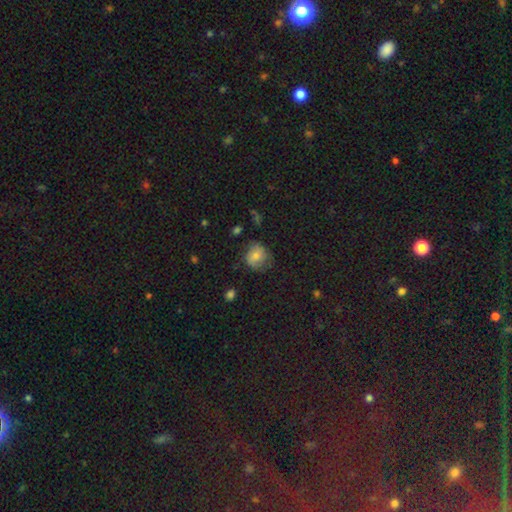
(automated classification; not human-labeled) Q: Smooth or featured?
A: smooth (72%); runner-up: featured or disk (18%)
Q: How rounded?
A: round (76%); runner-up: in between (23%)
Q: Merging?
A: none (60%); runner-up: minor disturbance (27%)